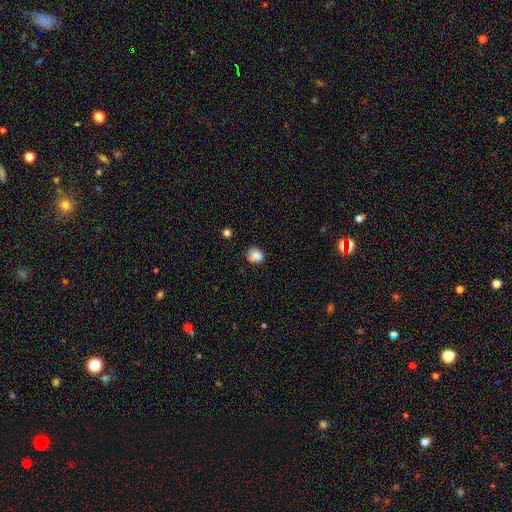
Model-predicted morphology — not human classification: Smooth or featured?
  - smooth: 84% *
  - star or artifact: 10%
  - featured or disk: 7%
How rounded?
  - round: 66% *
  - in between: 33%
  - cigar-shaped: 1%
Merging?
  - none: 70% *
  - minor disturbance: 21%
  - major disturbance: 5%
  - merger: 4%